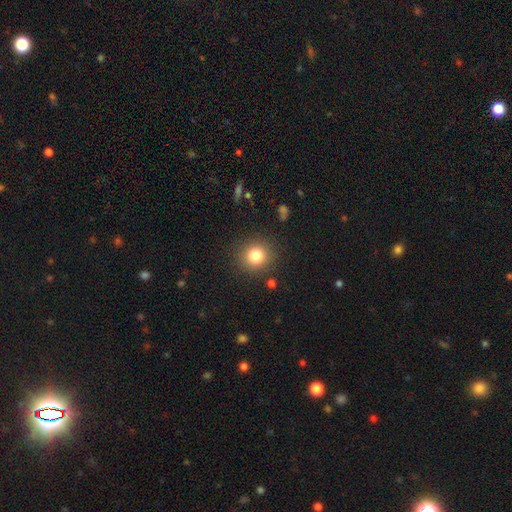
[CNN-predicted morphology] Smooth or featured: smooth — 82% (star or artifact — 11%)
How rounded: round — 89% (in between — 10%)
Merging: none — 88% (minor disturbance — 8%)